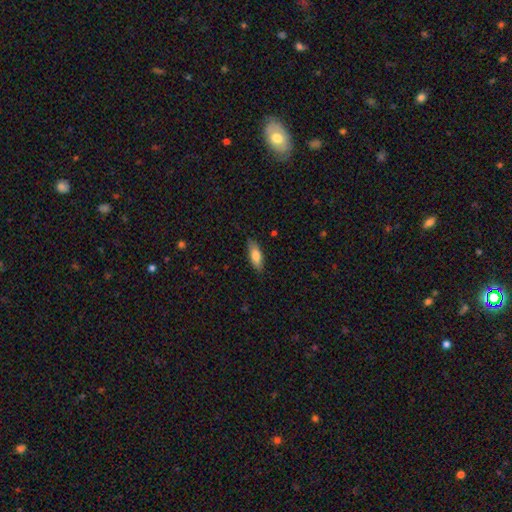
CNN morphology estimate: Q: Smooth or featured?
A: smooth (75%); runner-up: featured or disk (19%)
Q: How rounded?
A: in between (65%); runner-up: cigar-shaped (33%)
Q: Merging?
A: none (84%); runner-up: minor disturbance (12%)